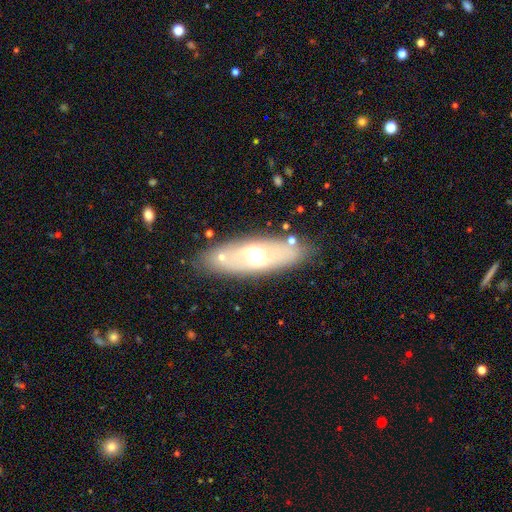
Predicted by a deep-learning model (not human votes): Smooth or featured: featured or disk — 49% (smooth — 43%)
Merging: none — 82% (minor disturbance — 10%)